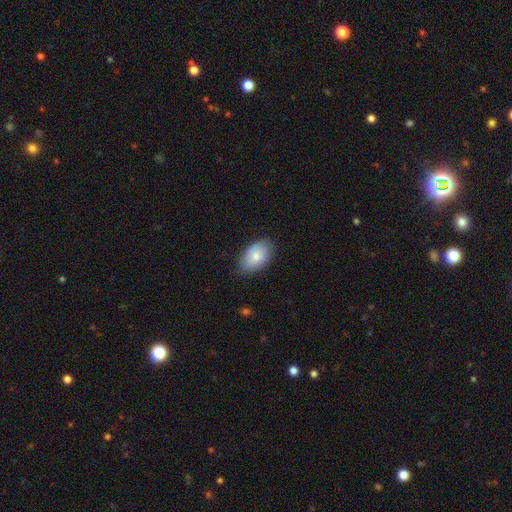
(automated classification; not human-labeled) smooth 79%, featured or disk 15%, star or artifact 6%. Down the decision tree: how rounded — in between (92%); merging — none (81%).